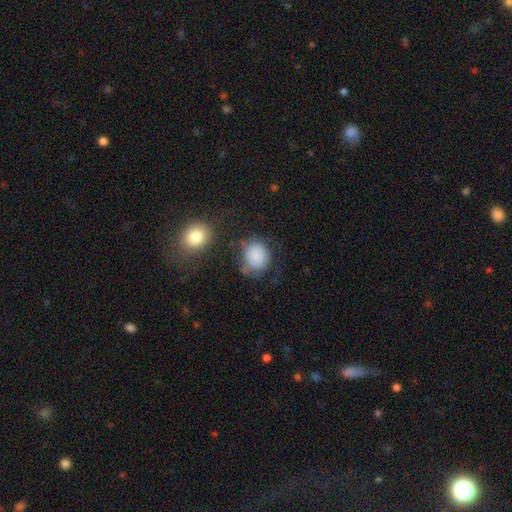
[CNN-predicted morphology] Smooth or featured?
  - smooth: 83% *
  - featured or disk: 9%
  - star or artifact: 8%
How rounded?
  - round: 69% *
  - in between: 30%
  - cigar-shaped: 1%
Merging?
  - none: 54% *
  - minor disturbance: 25%
  - major disturbance: 14%
  - merger: 8%